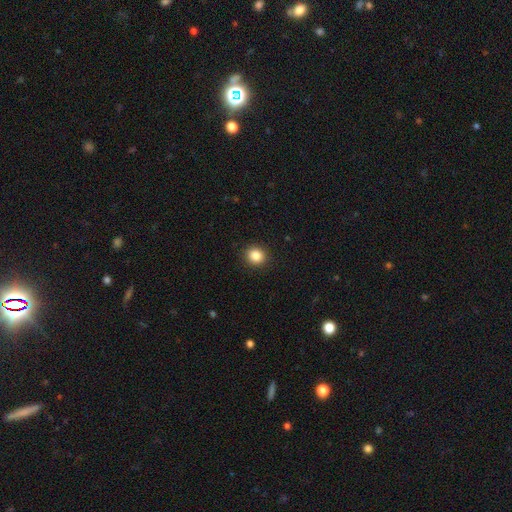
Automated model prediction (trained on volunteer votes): A smooth galaxy with no disk features (86%) that is round (87%).

Vote fractions:
- Smooth or featured? smooth: 86% / star or artifact: 10% / featured or disk: 4%
- How rounded? round: 87% / in between: 12% / cigar-shaped: 1%
- Merging? none: 92% / minor disturbance: 5% / major disturbance: 2% / merger: 1%